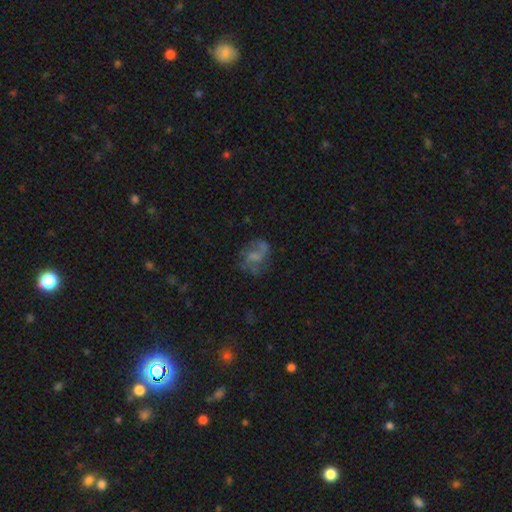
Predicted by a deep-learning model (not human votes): A featured or disk galaxy (61%) with no bar (54%), spiral arms (79%) and no central bulge (42%). Merging: none (57%).